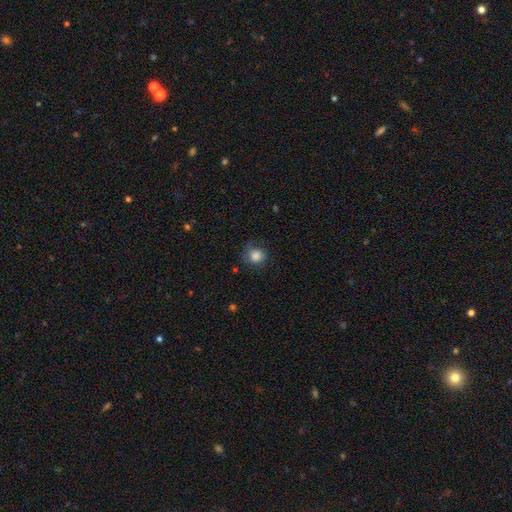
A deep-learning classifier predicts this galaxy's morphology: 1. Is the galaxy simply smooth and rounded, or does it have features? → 79% smooth, 12% featured or disk, 8% star or artifact.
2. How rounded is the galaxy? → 78% round, 22% in between, 1% cigar-shaped.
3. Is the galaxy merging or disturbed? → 58% none, 26% minor disturbance, 14% major disturbance, 2% merger.